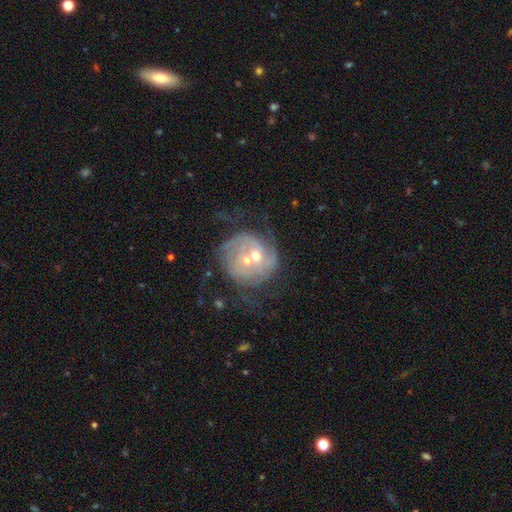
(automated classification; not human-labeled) smooth_or_featured: featured or disk (p=0.77) [alt: smooth p=0.16]
disk_edge_on: no (p=0.98) [alt: yes p=0.02]
bar: no (p=0.79) [alt: weak p=0.18]
has_spiral_arms: yes (p=0.79) [alt: no p=0.21]
spiral_winding: tight (p=0.49) [alt: medium p=0.33]
spiral_arm_count: 2 (p=0.35) [tied with: can't tell p=0.35]
bulge_size: small (p=0.52) [alt: moderate p=0.42]
merging: merger (p=0.46) [alt: none p=0.28]